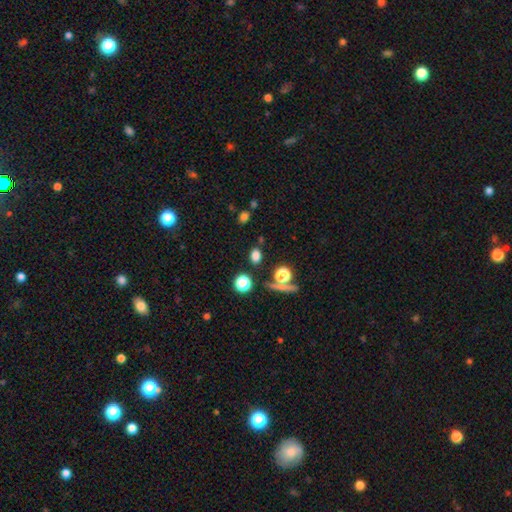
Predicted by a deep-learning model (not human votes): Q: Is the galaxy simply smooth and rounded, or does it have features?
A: smooth — 77%.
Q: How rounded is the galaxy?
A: in between — 67%.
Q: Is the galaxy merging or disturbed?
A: none — 81%.